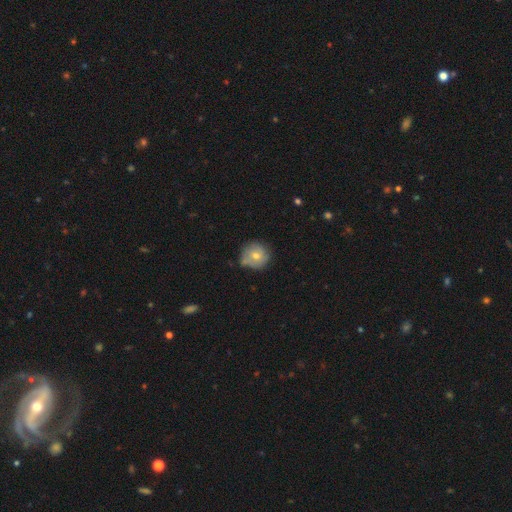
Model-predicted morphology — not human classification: A smooth galaxy with no disk features (66%) that is round (92%).

Vote fractions:
- Smooth or featured? smooth: 66% / featured or disk: 25% / star or artifact: 9%
- How rounded? round: 92% / in between: 7% / cigar-shaped: 1%
- Merging? none: 68% / minor disturbance: 21% / merger: 6% / major disturbance: 4%